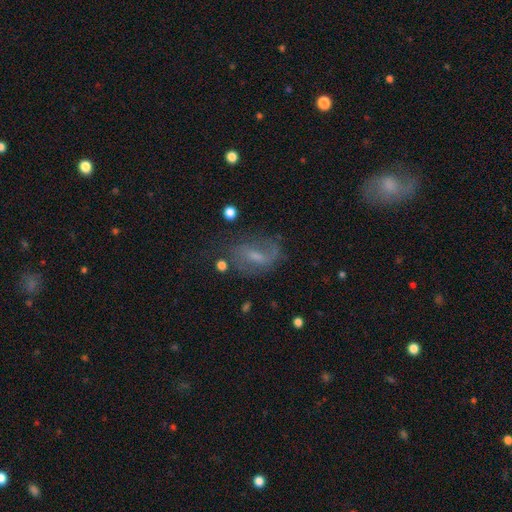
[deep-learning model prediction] Smooth or featured: featured or disk — 59% (smooth — 28%)
Edge-on disk: no — 94% (yes — 6%)
Bar: weak — 52% (no — 29%)
Spiral arms: yes — 77% (no — 23%)
Bulge size: small — 43% (moderate — 33%)
Merging: none — 54% (minor disturbance — 23%)